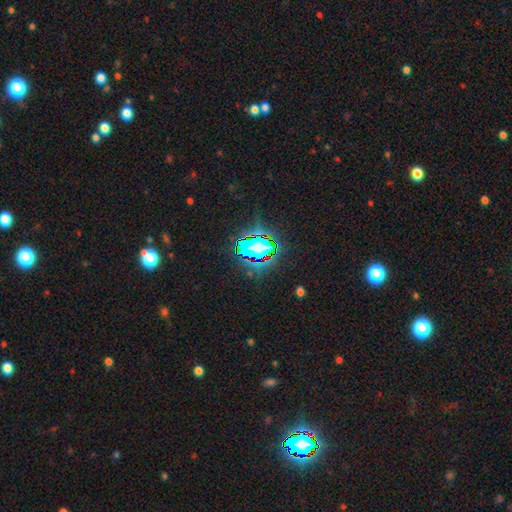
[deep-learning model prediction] The model was most divided on "smooth or featured": star or artifact: 82%, smooth: 11%, featured or disk: 7%.